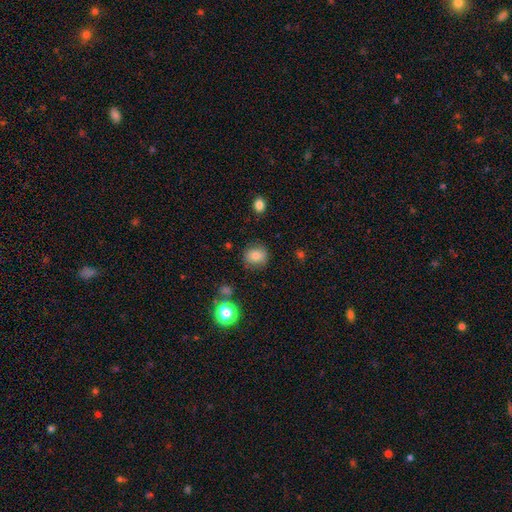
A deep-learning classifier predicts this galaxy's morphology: smooth-or-featured: smooth: 79% | star or artifact: 12% | featured or disk: 9%
  how-rounded: round: 77% | in between: 22% | cigar-shaped: 1%
  merging: none: 82% | minor disturbance: 12% | major disturbance: 4% | merger: 2%